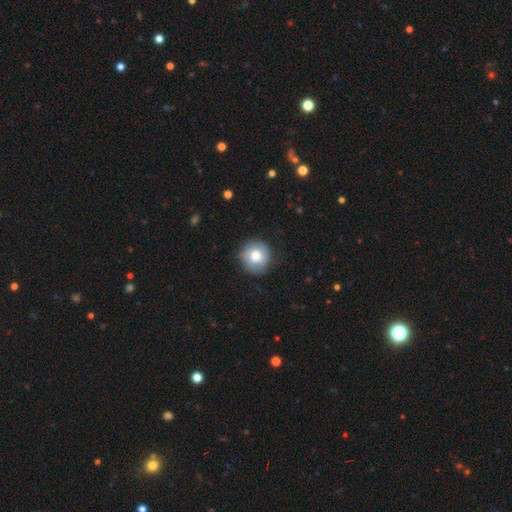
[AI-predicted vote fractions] Smooth or featured? smooth (67%)
How rounded? round (92%)
Merging? none (82%)